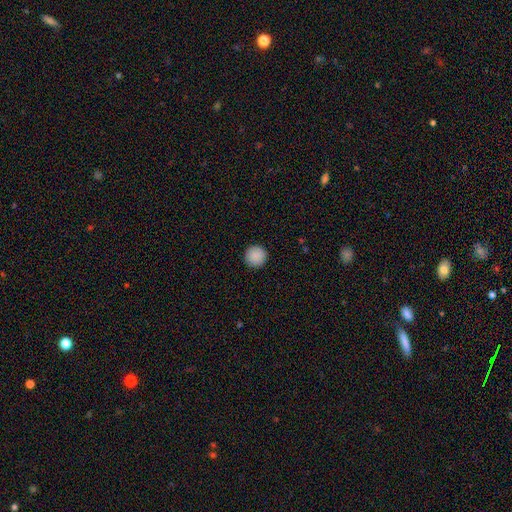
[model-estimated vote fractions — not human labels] smooth_or_featured: smooth (p=0.90) [alt: star or artifact p=0.08]
how_rounded: round (p=0.96) [alt: in between p=0.03]
merging: none (p=0.93) [alt: minor disturbance p=0.04]